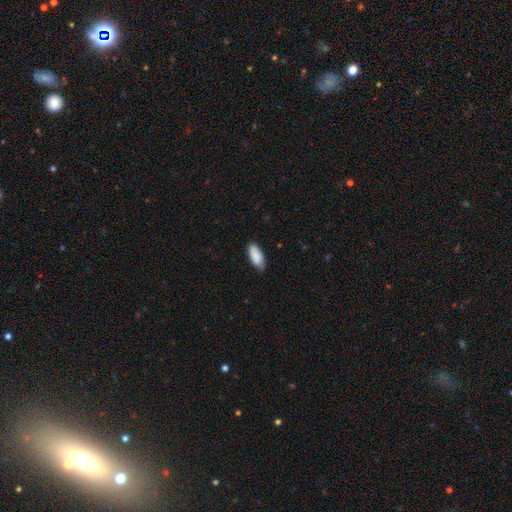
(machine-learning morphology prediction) Smooth or featured? smooth (86%)
How rounded? in between (87%)
Merging? none (75%)